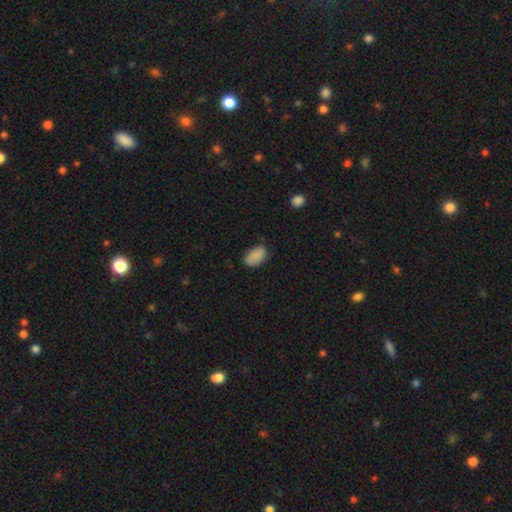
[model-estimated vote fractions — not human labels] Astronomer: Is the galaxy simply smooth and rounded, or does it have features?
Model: smooth — 86%.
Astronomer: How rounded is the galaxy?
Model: in between — 92%.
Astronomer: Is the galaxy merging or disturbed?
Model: none — 66%.